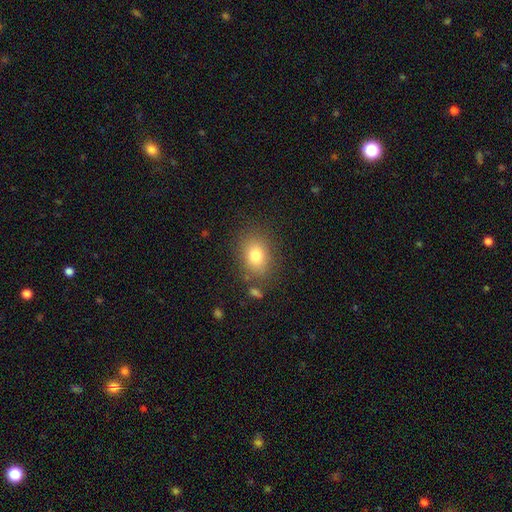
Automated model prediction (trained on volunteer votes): The model was most divided on "how rounded": in between: 63%, round: 35%, cigar-shaped: 1%. More confident: merging — none (81%); smooth or featured — smooth (79%).